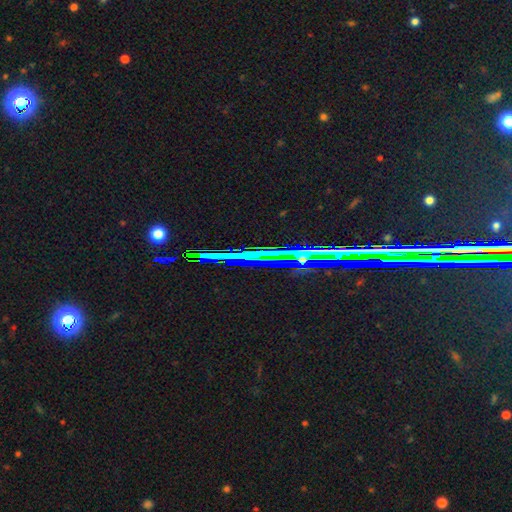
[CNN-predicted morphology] Q: Smooth or featured?
A: star or artifact (68%); runner-up: featured or disk (18%)